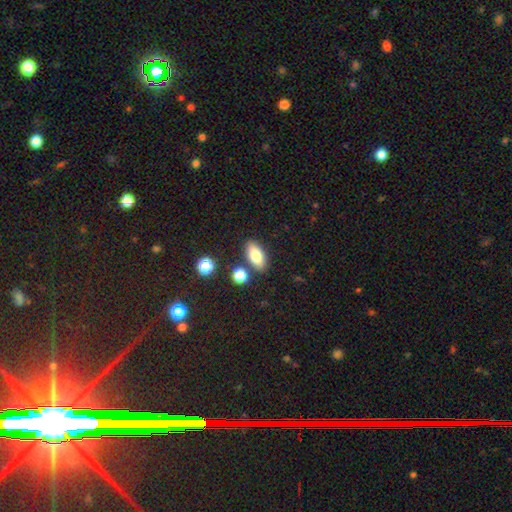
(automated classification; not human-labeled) Morphology: type=smooth (77%); roundness=in between (85%); merging=none (81%).